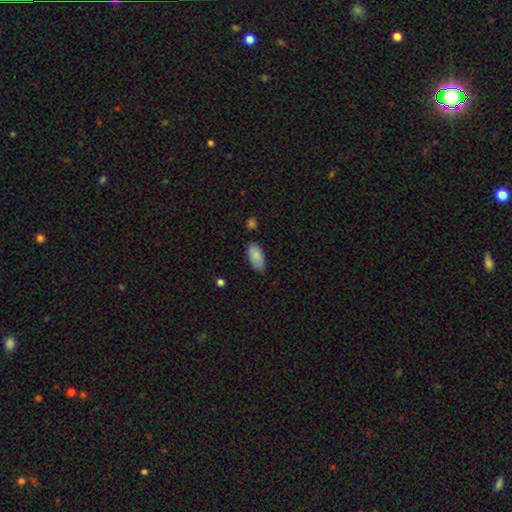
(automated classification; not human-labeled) Q: Smooth or featured?
A: smooth (88%); runner-up: star or artifact (6%)
Q: How rounded?
A: in between (91%); runner-up: cigar-shaped (7%)
Q: Merging?
A: none (78%); runner-up: minor disturbance (17%)